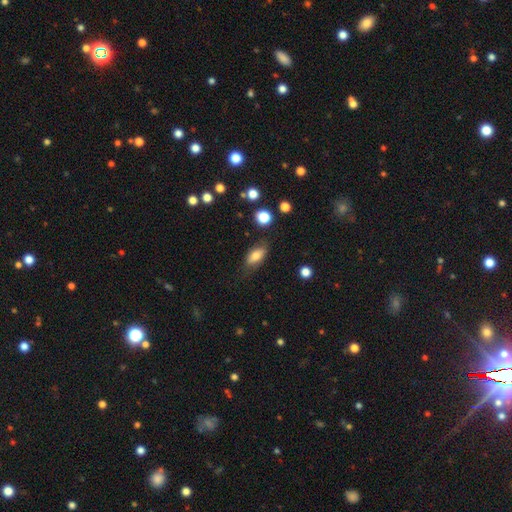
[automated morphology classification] type=smooth (76%); roundness=in between (83%); merging=none (76%).